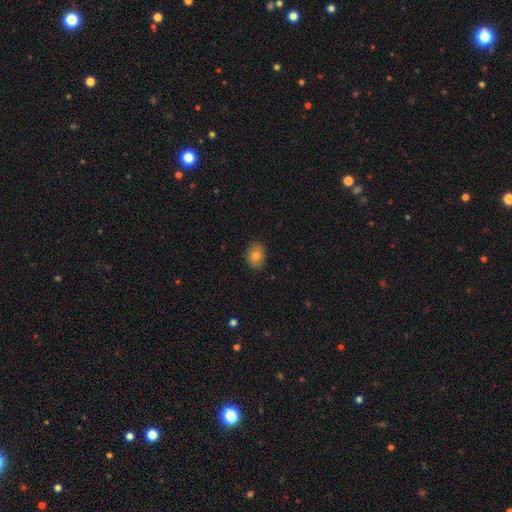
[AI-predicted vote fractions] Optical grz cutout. It shows a smooth galaxy with no disk features (80%) that is in between round and cigar-shaped (62%). Merging: none (84%).